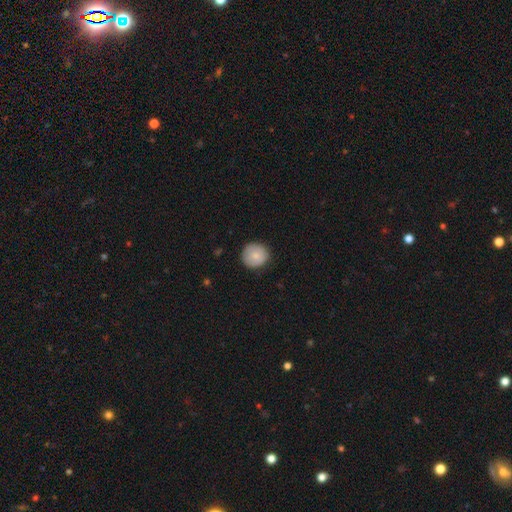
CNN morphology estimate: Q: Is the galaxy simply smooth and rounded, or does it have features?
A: smooth — 79%.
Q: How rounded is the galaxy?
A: round — 91%.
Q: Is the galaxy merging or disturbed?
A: none — 87%.